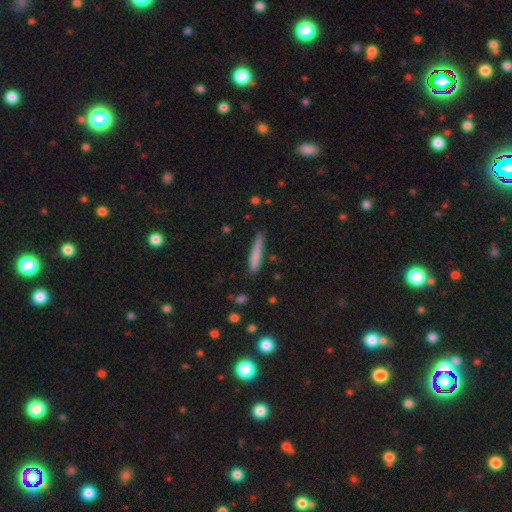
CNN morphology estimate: Smooth or featured? smooth (78%)
How rounded? cigar-shaped (93%)
Merging? none (78%)